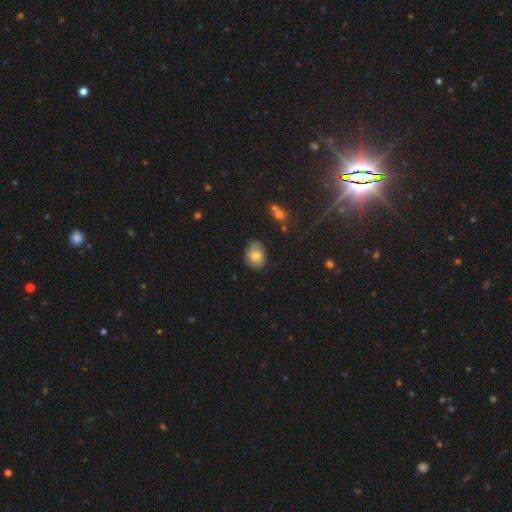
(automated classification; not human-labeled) smooth_or_featured: smooth (p=0.68) [alt: featured or disk p=0.23]
how_rounded: in between (p=0.61) [alt: round p=0.38]
merging: none (p=0.72) [alt: minor disturbance p=0.22]